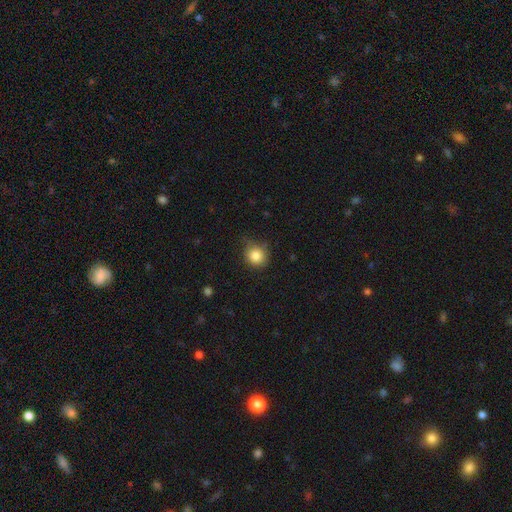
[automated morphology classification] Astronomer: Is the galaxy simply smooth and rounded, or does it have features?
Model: smooth — 84%.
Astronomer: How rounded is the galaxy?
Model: round — 86%.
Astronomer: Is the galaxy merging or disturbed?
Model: none — 68%.